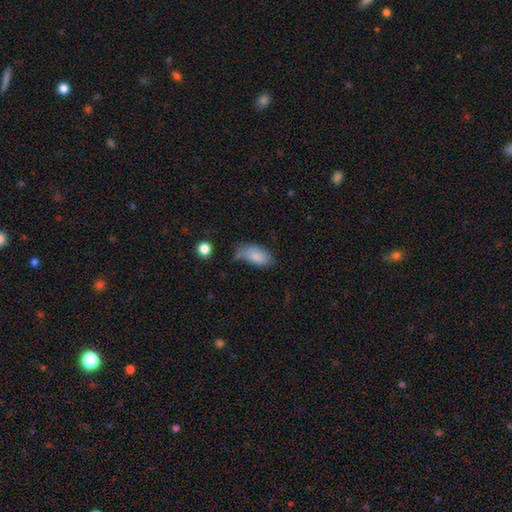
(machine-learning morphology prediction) Overall: smooth (83%). How rounded: in between (93%). Merging: none (50%; minor disturbance 33%).